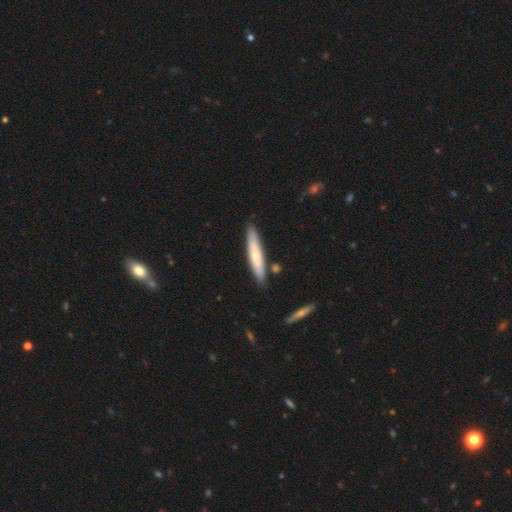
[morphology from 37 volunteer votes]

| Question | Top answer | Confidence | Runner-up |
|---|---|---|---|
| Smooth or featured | smooth | 65% | featured or disk (32%) |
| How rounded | cigar-shaped | 92% | in between (8%) |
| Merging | none | 86% | minor disturbance (8%) |